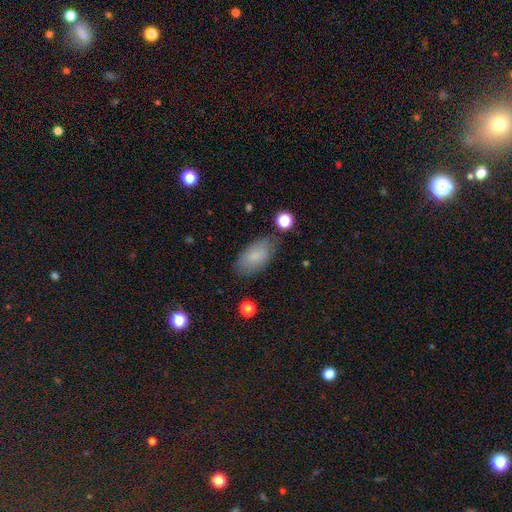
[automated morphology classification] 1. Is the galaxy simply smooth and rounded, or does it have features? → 78% smooth, 13% featured or disk, 8% star or artifact.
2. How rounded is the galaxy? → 92% in between, 5% cigar-shaped, 3% round.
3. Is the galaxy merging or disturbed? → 72% none, 20% minor disturbance, 5% major disturbance, 3% merger.